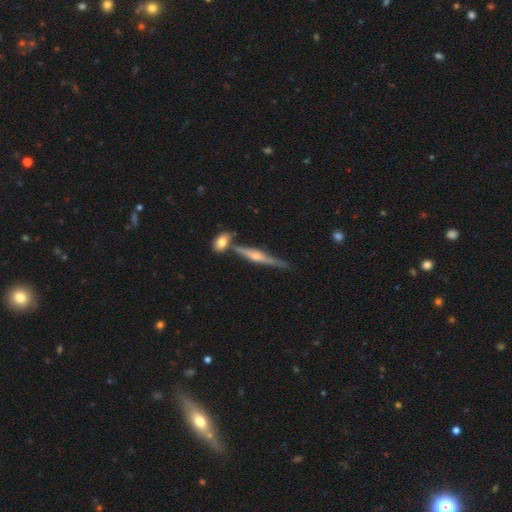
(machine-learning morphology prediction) featured or disk 69%, smooth 25%, star or artifact 7%. Down the decision tree: edge-on disk — yes (96%); edge-on bulge — rounded (79%); merging — none (68%).